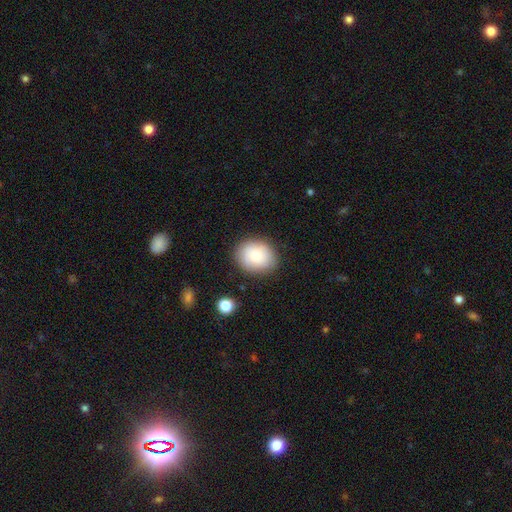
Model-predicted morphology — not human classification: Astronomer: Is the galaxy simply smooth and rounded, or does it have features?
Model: smooth — 77%.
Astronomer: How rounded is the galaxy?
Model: round — 56% (runner-up: in between, 43%).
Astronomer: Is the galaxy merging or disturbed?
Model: none — 84%.